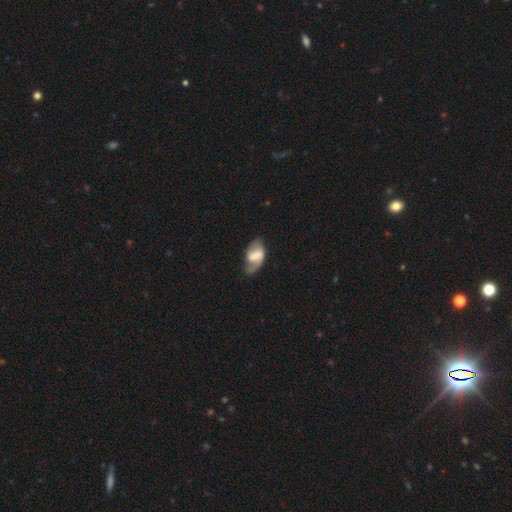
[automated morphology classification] type=featured or disk (61%); edge-on=no (95%); bar=weak (41%, tied with strong); spiral arms=yes (79%); bulge=none (29%); merging=none (51%).